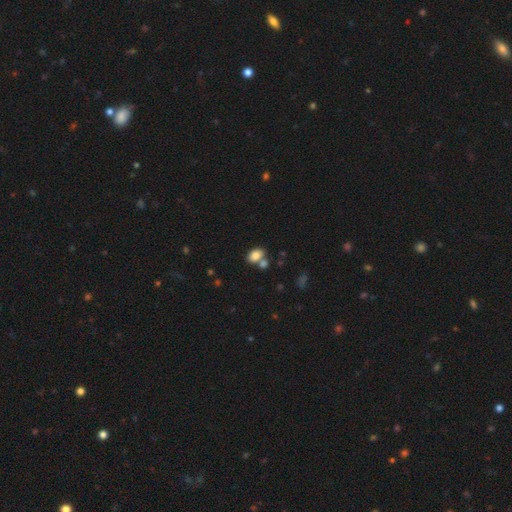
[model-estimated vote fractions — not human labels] Morphology: type=smooth (83%); roundness=in between (84%); merging=none (53%).